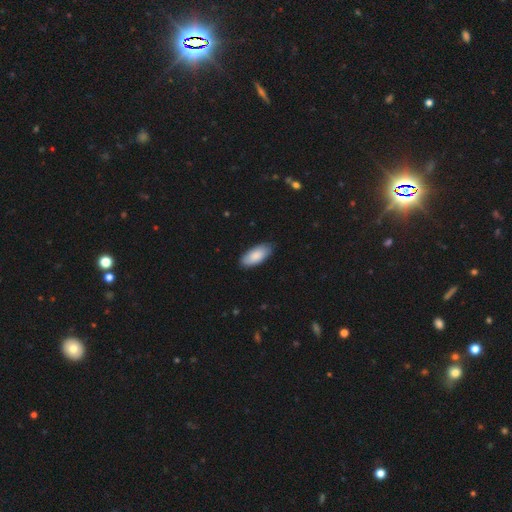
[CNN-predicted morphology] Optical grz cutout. It shows a smooth galaxy with no disk features (85%) that is in between round and cigar-shaped (91%). Merging: none (82%).